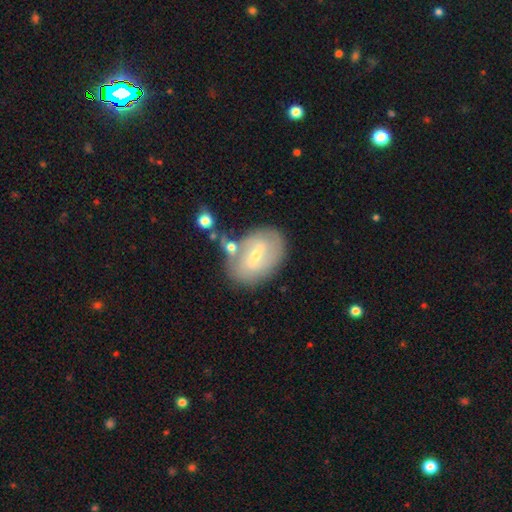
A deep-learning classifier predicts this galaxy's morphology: Smooth or featured? featured or disk (69%)
Edge-on disk? no (95%)
Bar? weak (51%)
Spiral arms? yes (75%)
Bulge size? small (68%)
Merging? none (67%)